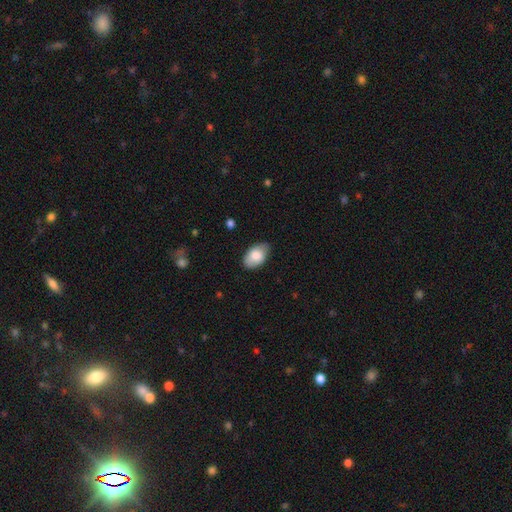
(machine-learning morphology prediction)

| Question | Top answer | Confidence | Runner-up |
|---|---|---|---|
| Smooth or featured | smooth | 81% | featured or disk (13%) |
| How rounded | in between | 93% | round (6%) |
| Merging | none | 77% | minor disturbance (19%) |